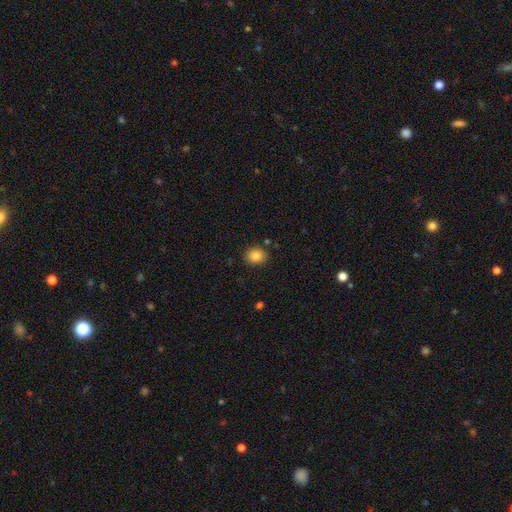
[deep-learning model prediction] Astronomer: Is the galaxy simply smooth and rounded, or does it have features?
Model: smooth — 85%.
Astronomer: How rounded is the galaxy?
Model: round — 68%.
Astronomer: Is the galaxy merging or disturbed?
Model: none — 87%.